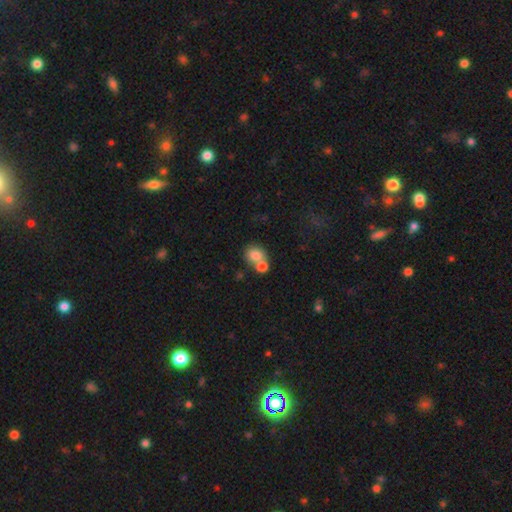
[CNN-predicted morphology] smooth 79%, featured or disk 11%, star or artifact 10%. Down the decision tree: how rounded — round (69%); merging — merger (52%).